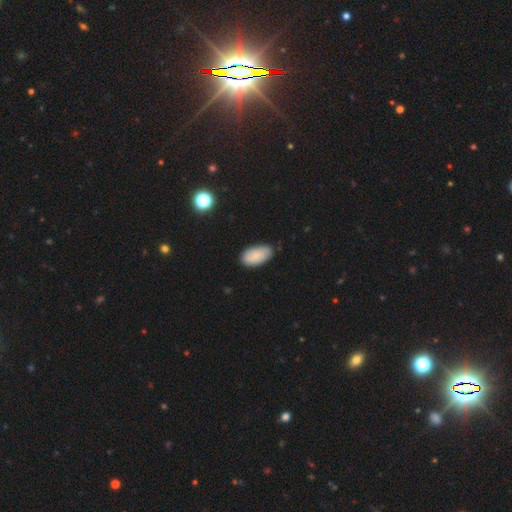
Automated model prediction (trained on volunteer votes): This is likely a smooth galaxy (76%). How rounded: clearly in between (95%). Merging: clearly none (80%).